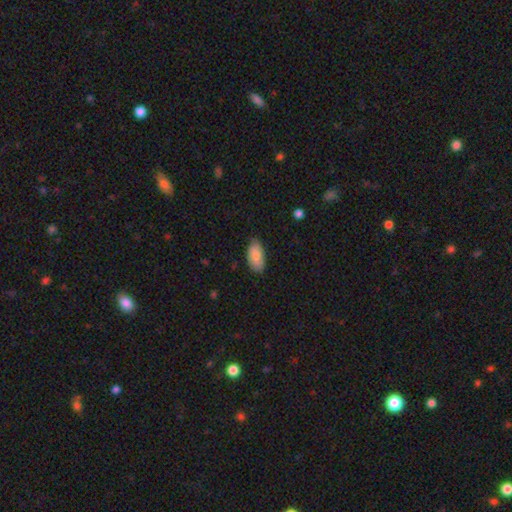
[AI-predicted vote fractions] This is clearly a smooth galaxy (85%). How rounded: clearly in between (93%). Merging: likely none (78%).